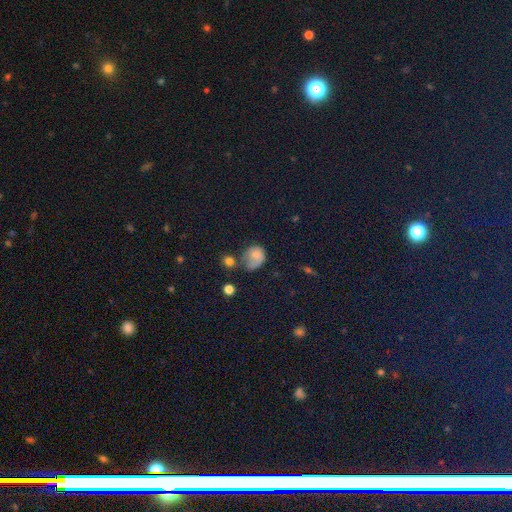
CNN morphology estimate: smooth-or-featured: smooth: 68% | featured or disk: 19% | star or artifact: 13%
  how-rounded: round: 54% | in between: 45% | cigar-shaped: 1%
  merging: minor disturbance: 30% (tied) | none: 30% (tied) | major disturbance: 27% | merger: 13%